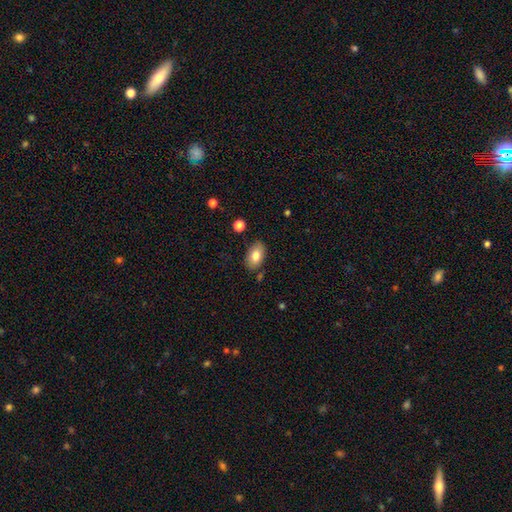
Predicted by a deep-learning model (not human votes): This appears to be a smooth galaxy with no disk features (80%) that is in between round and cigar-shaped (91%). Merging: none (82%).